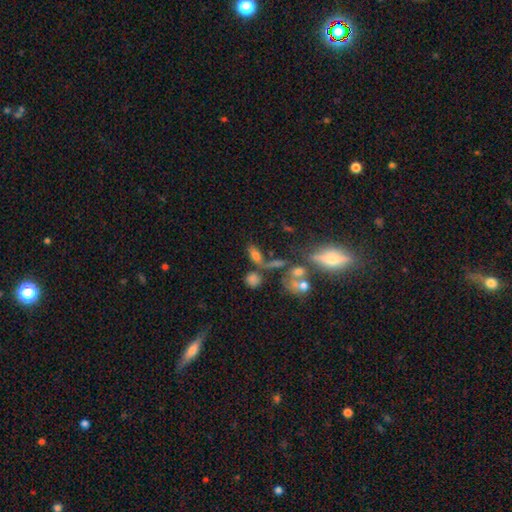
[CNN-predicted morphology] Smooth or featured? Predicted: smooth (p=0.61). How rounded? Predicted: in between (p=0.69). Merging? Predicted: none (p=0.39).